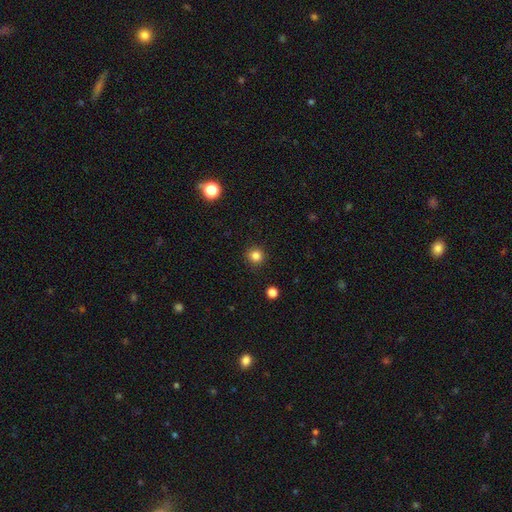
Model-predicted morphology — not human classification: type=smooth (83%); roundness=round (94%); merging=none (92%).